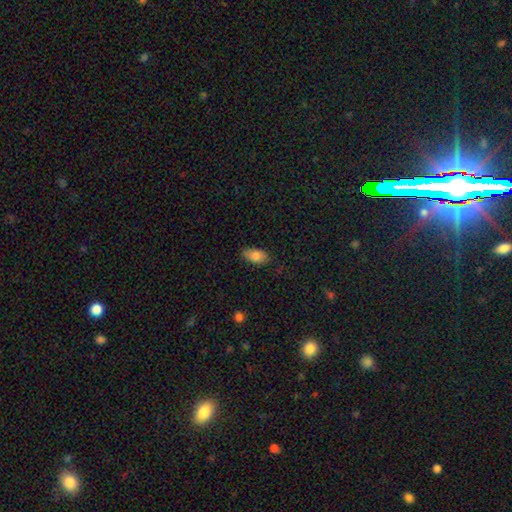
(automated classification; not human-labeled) Overall: smooth (85%). How rounded: in between (92%). Merging: none (79%).